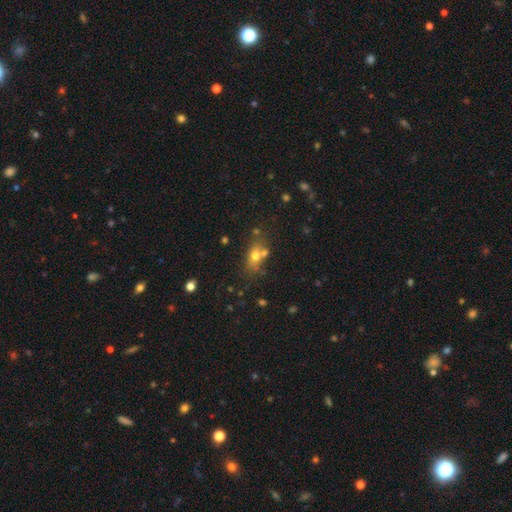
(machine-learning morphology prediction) This appears to be a smooth galaxy with no disk features (67%) that is in between round and cigar-shaped (62%). Merging: none (55%).